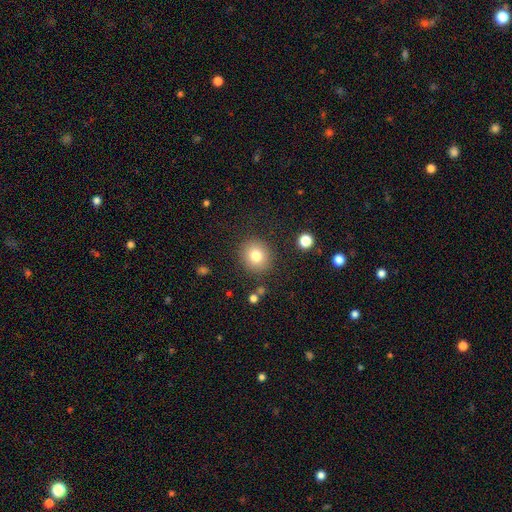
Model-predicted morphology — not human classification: Smooth or featured?
  - smooth: 79% *
  - star or artifact: 11%
  - featured or disk: 10%
How rounded?
  - round: 85% *
  - in between: 14%
  - cigar-shaped: 1%
Merging?
  - none: 87% *
  - minor disturbance: 8%
  - major disturbance: 3%
  - merger: 2%